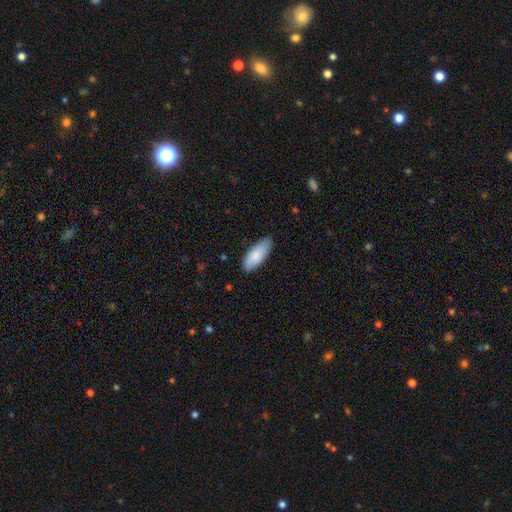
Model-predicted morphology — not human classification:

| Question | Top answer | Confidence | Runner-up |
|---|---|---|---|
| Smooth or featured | smooth | 82% | featured or disk (13%) |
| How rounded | in between | 77% | cigar-shaped (21%) |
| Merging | none | 79% | minor disturbance (17%) |